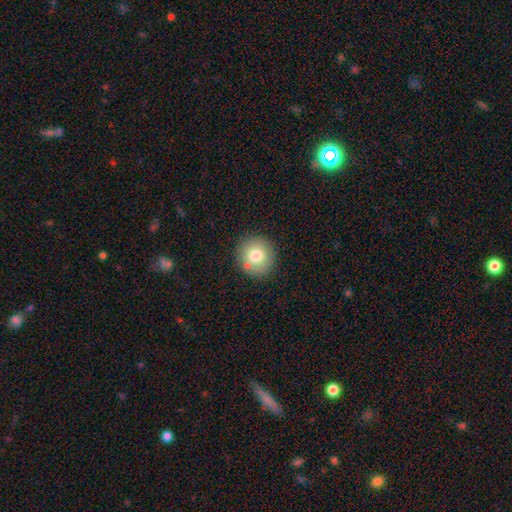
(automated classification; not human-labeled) smooth-or-featured: smooth: 77% | featured or disk: 13% | star or artifact: 10%
  how-rounded: round: 93% | in between: 6% | cigar-shaped: 1%
  merging: none: 84% | minor disturbance: 9% | merger: 4% | major disturbance: 3%